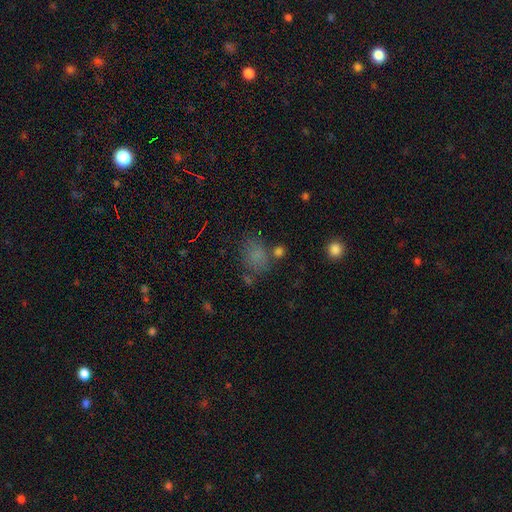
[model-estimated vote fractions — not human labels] Smooth or featured? smooth (71%)
How rounded? in between (58%)
Merging? none (60%)